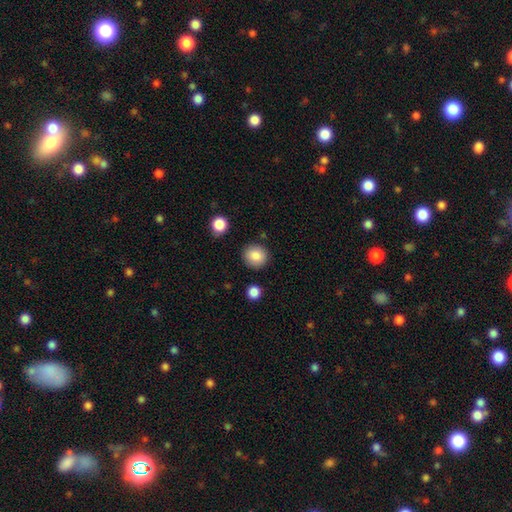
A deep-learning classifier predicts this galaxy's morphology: smooth 86%, star or artifact 9%, featured or disk 5%. Down the decision tree: how rounded — round (90%); merging — none (88%).